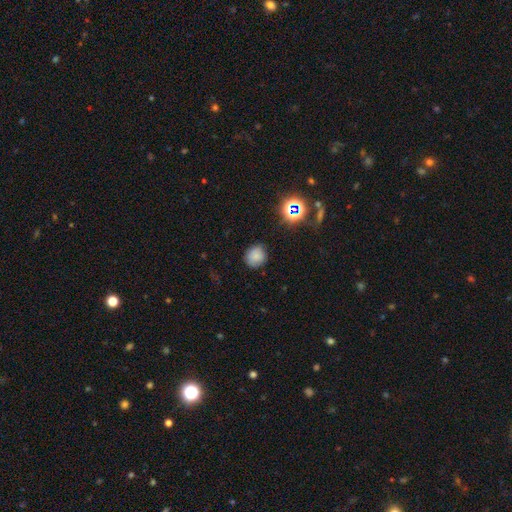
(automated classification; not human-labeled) Smooth or featured? smooth (77%)
How rounded? round (82%)
Merging? none (83%)